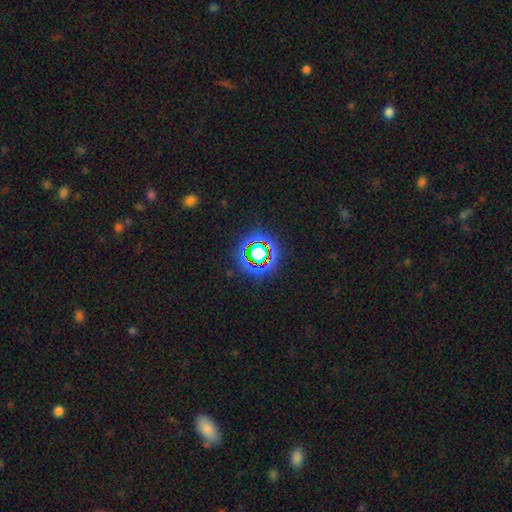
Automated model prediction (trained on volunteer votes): Morphology: type=star or artifact (71%).